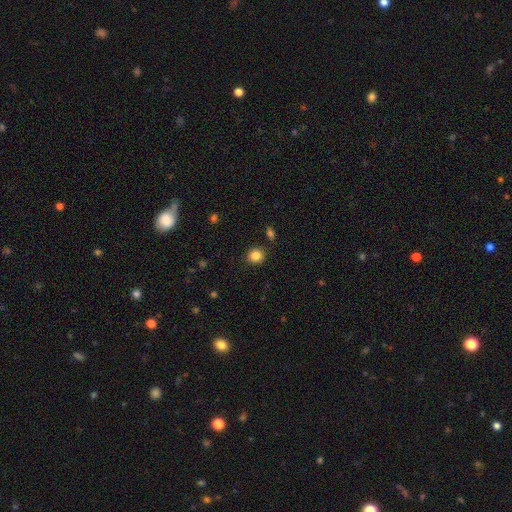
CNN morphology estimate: A smooth galaxy with no disk features (85%) that is round (87%).

Vote fractions:
- Smooth or featured? smooth: 85% / star or artifact: 11% / featured or disk: 4%
- How rounded? round: 87% / in between: 12% / cigar-shaped: 1%
- Merging? none: 87% / minor disturbance: 8% / merger: 3% / major disturbance: 3%